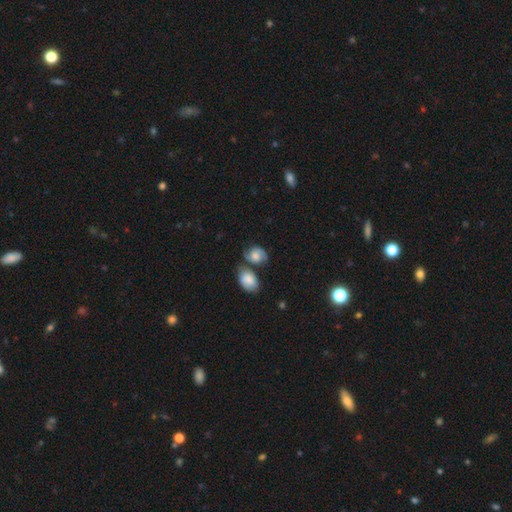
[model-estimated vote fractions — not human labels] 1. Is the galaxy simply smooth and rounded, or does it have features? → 56% featured or disk, 35% smooth, 9% star or artifact.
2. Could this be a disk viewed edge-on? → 97% no, 3% yes.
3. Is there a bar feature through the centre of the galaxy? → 65% no, 29% weak, 6% strong.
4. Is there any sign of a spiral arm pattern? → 89% yes, 11% no.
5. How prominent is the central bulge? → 39% moderate, 27% large, 17% small, 12% none, 4% dominant.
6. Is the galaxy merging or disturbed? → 47% none, 27% merger, 18% minor disturbance, 8% major disturbance.